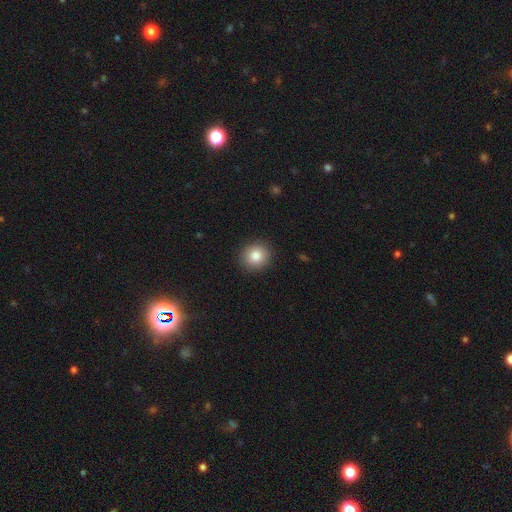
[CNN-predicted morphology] smooth-or-featured: smooth: 84% | star or artifact: 9% | featured or disk: 7%
  how-rounded: round: 85% | in between: 14% | cigar-shaped: 1%
  merging: none: 91% | minor disturbance: 6% | major disturbance: 2% | merger: 1%